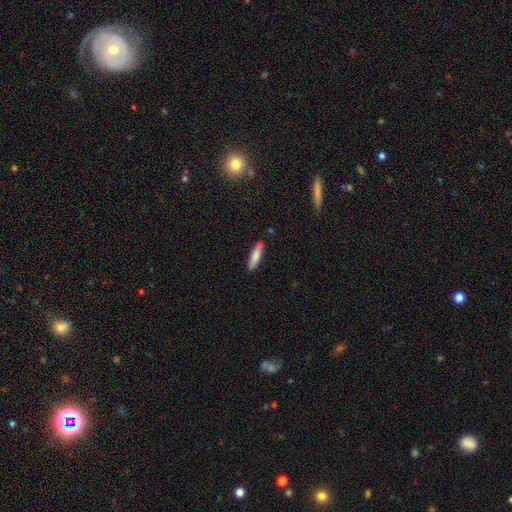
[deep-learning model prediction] Smooth or featured?
  - smooth: 75% *
  - featured or disk: 19%
  - star or artifact: 6%
How rounded?
  - cigar-shaped: 78% *
  - in between: 20%
  - round: 2%
Merging?
  - none: 82% *
  - minor disturbance: 13%
  - merger: 3%
  - major disturbance: 2%